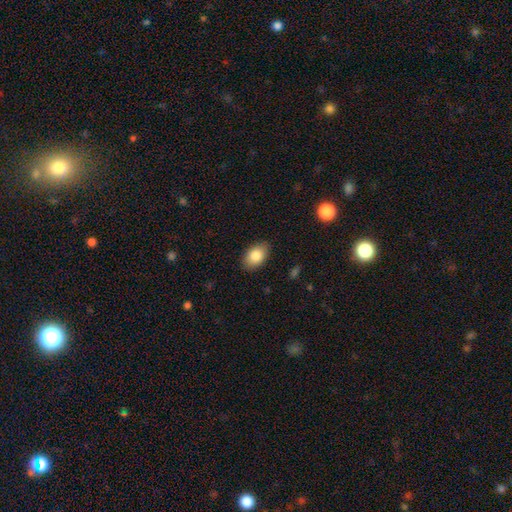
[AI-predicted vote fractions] This is clearly a smooth galaxy (84%). How rounded: clearly in between (89%). Merging: clearly none (86%).